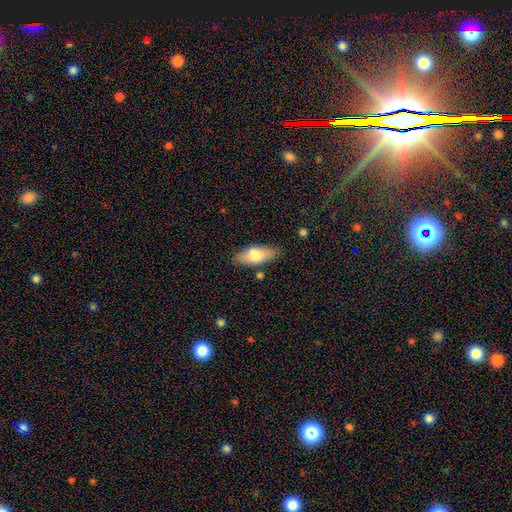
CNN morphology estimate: Overall: smooth (72%). How rounded: in between (78%). Merging: none (80%).